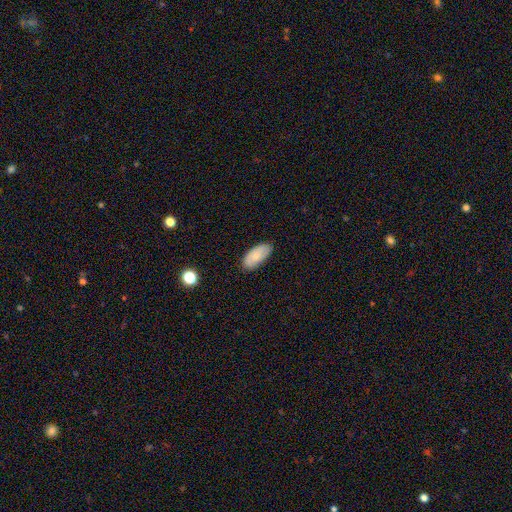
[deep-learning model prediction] A smooth galaxy with no disk features (81%) that is in between round and cigar-shaped (92%).

Vote fractions:
- Smooth or featured? smooth: 81% / featured or disk: 13% / star or artifact: 7%
- How rounded? in between: 92% / cigar-shaped: 6% / round: 2%
- Merging? none: 81% / minor disturbance: 15% / major disturbance: 3% / merger: 1%